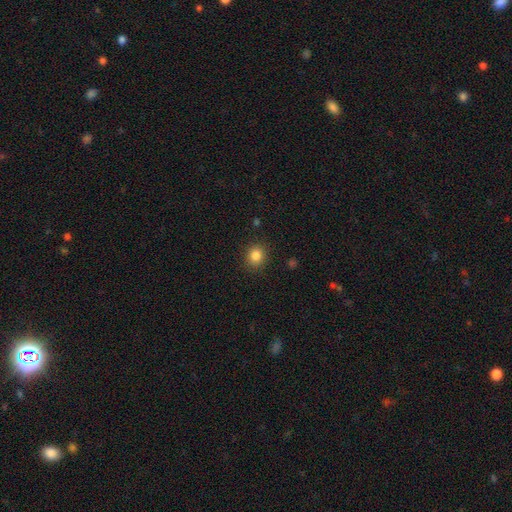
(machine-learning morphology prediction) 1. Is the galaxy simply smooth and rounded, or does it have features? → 84% smooth, 11% star or artifact, 5% featured or disk.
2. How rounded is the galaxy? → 78% round, 21% in between, 1% cigar-shaped.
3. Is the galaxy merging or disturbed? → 89% none, 7% minor disturbance, 2% major disturbance, 1% merger.